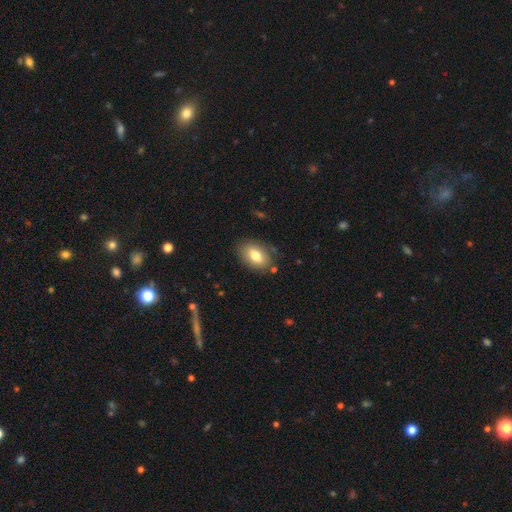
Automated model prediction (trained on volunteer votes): Q: Smooth or featured?
A: smooth (77%); runner-up: featured or disk (15%)
Q: How rounded?
A: in between (87%); runner-up: round (12%)
Q: Merging?
A: none (80%); runner-up: minor disturbance (14%)